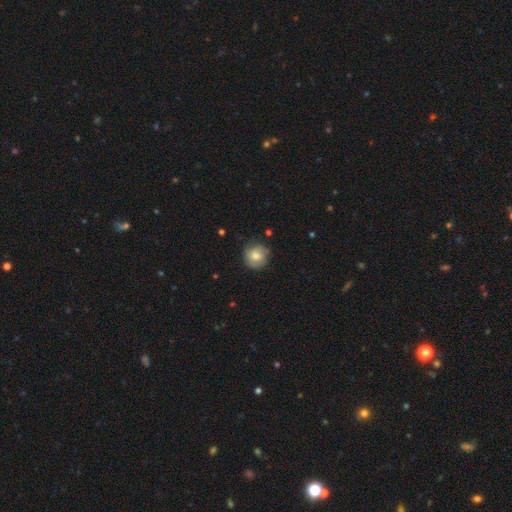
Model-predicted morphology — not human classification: Q: Smooth or featured?
A: smooth (63%); runner-up: featured or disk (29%)
Q: How rounded?
A: round (87%); runner-up: in between (12%)
Q: Merging?
A: none (73%); runner-up: minor disturbance (21%)